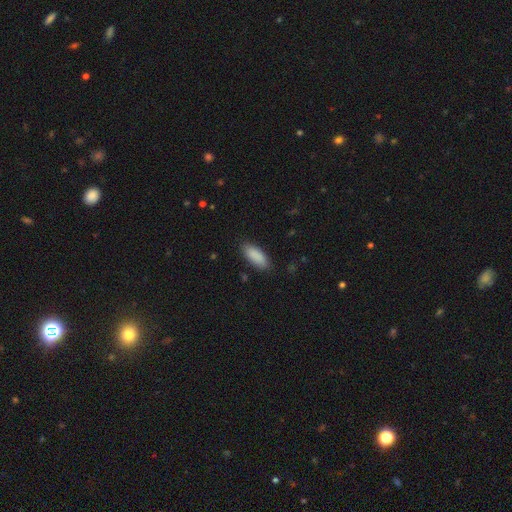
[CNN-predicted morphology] smooth-or-featured: smooth: 89% | star or artifact: 6% | featured or disk: 4%
  how-rounded: in between: 79% | cigar-shaped: 19% | round: 2%
  merging: none: 85% | minor disturbance: 11% | major disturbance: 2% | merger: 1%